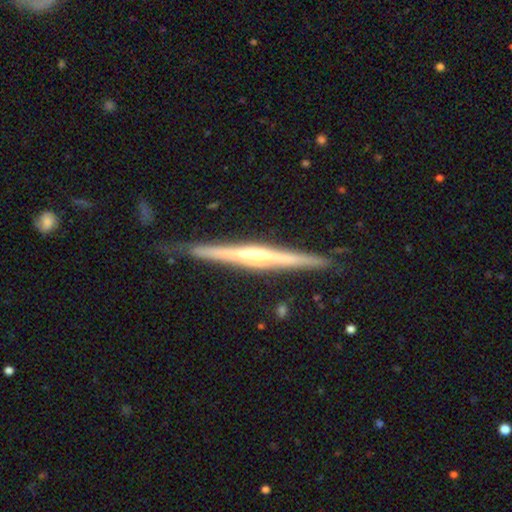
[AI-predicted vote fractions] Smooth or featured? Predicted: featured or disk (p=0.81). Edge-on disk? Predicted: yes (p=0.98). Edge-on bulge? Predicted: rounded (p=0.76). Merging? Predicted: none (p=0.86).